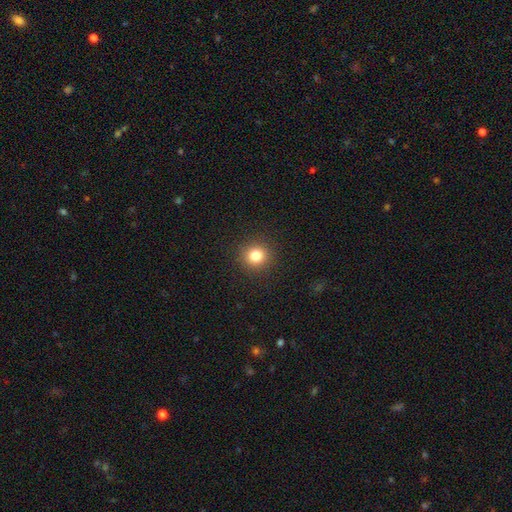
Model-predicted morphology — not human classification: A smooth galaxy with no disk features (81%) that is round (93%).

Vote fractions:
- Smooth or featured? smooth: 81% / star or artifact: 13% / featured or disk: 6%
- How rounded? round: 93% / in between: 6% / cigar-shaped: 1%
- Merging? none: 92% / minor disturbance: 5% / major disturbance: 2% / merger: 1%